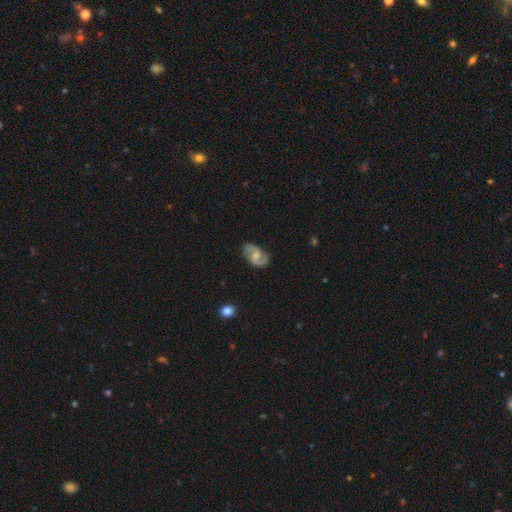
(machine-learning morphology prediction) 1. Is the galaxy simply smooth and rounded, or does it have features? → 83% featured or disk, 12% smooth, 5% star or artifact.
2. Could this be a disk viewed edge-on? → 98% no, 2% yes.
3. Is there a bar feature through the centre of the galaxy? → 50% weak, 40% no, 10% strong.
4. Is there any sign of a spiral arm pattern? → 96% yes, 4% no.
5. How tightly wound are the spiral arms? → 52% medium, 31% loose, 17% tight.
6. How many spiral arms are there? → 92% 2, 3% can't tell, 2% 1, 1% 3, 1% 4, 1% more than 4.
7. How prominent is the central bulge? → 45% moderate, 37% small, 13% none, 4% large, 1% dominant.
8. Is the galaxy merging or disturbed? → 81% none, 14% minor disturbance, 4% major disturbance, 1% merger.